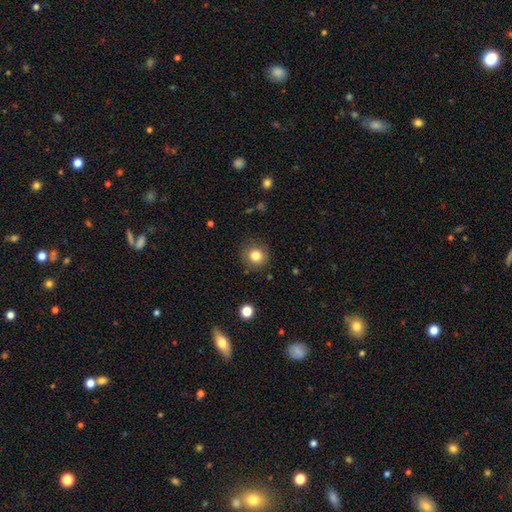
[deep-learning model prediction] smooth 81%, star or artifact 11%, featured or disk 8%. Down the decision tree: how rounded — round (90%); merging — none (86%).